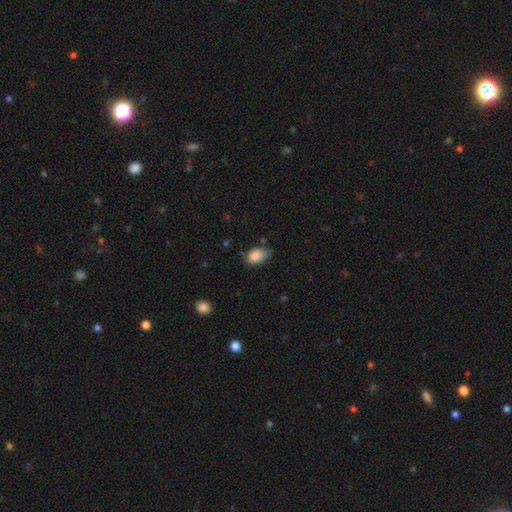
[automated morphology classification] type=smooth (87%); roundness=in between (89%); merging=none (60%).